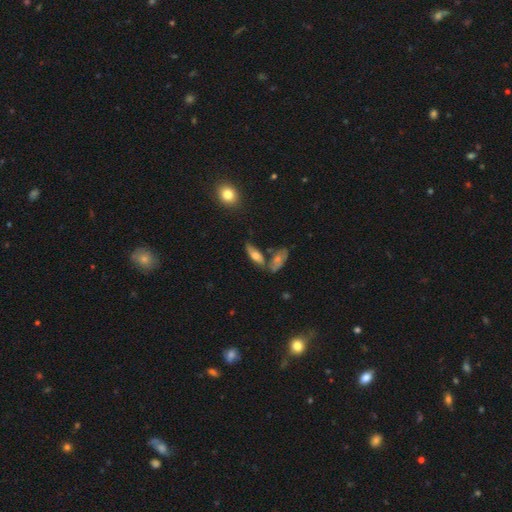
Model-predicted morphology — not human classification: Smooth or featured: smooth — 59% (featured or disk — 33%)
How rounded: in between — 61% (cigar-shaped — 35%)
Merging: none — 57% (merger — 21%)